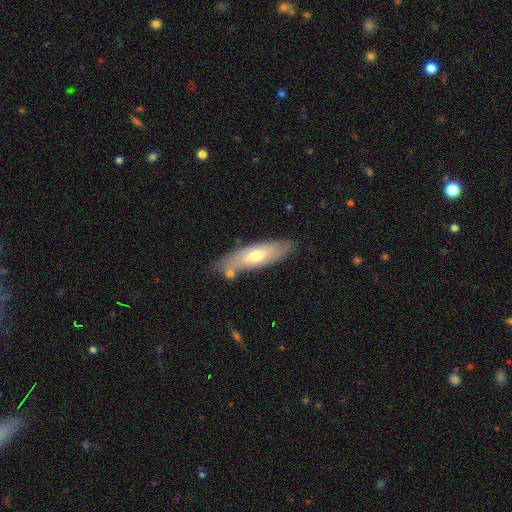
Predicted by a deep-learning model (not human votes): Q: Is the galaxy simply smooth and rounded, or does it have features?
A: smooth — 50%.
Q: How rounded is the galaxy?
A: in between — 52%.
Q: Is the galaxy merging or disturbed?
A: none — 72%.